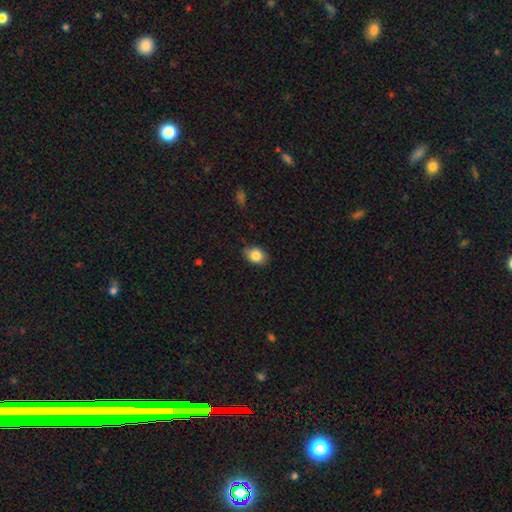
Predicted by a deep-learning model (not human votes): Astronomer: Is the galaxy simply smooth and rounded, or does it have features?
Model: smooth — 84%.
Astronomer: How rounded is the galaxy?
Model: in between — 66%.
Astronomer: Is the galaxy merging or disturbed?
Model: none — 79%.